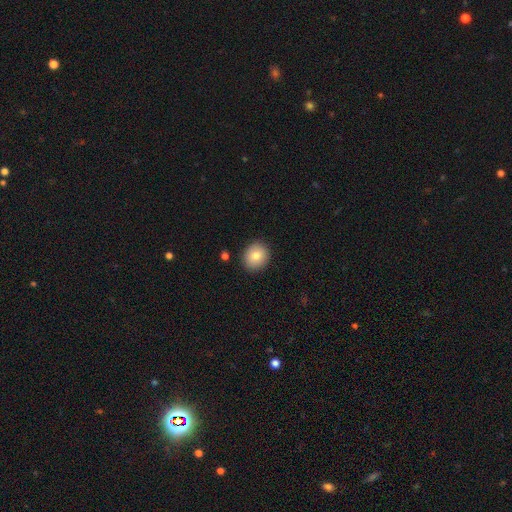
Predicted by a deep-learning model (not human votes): A smooth galaxy with no disk features (82%) that is round (74%).

Vote fractions:
- Smooth or featured? smooth: 82% / featured or disk: 10% / star or artifact: 8%
- How rounded? round: 74% / in between: 25% / cigar-shaped: 1%
- Merging? none: 89% / minor disturbance: 8% / major disturbance: 2% / merger: 2%